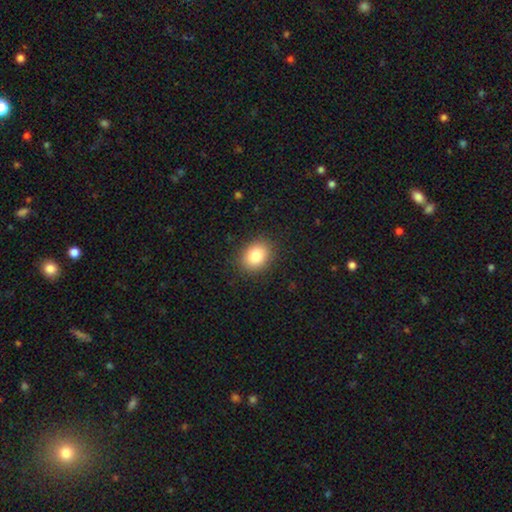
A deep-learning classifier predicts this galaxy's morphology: Smooth or featured?
  - smooth: 84% *
  - star or artifact: 9%
  - featured or disk: 7%
How rounded?
  - in between: 56% *
  - round: 43%
  - cigar-shaped: 1%
Merging?
  - none: 88% *
  - minor disturbance: 8%
  - major disturbance: 3%
  - merger: 1%